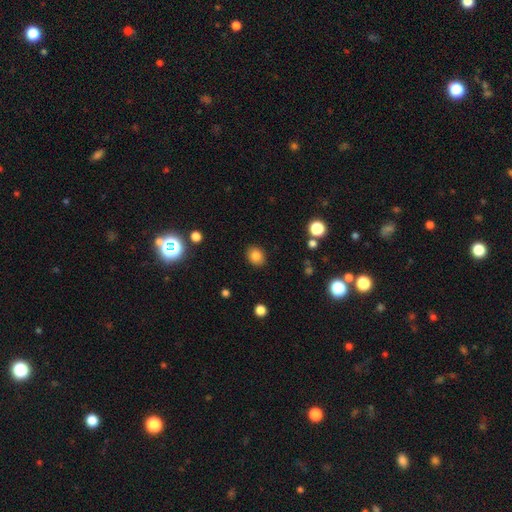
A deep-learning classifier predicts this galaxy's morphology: Smooth or featured?
  - smooth: 82% *
  - star or artifact: 11%
  - featured or disk: 7%
How rounded?
  - round: 59% *
  - in between: 40%
  - cigar-shaped: 1%
Merging?
  - none: 89% *
  - minor disturbance: 8%
  - major disturbance: 2%
  - merger: 1%